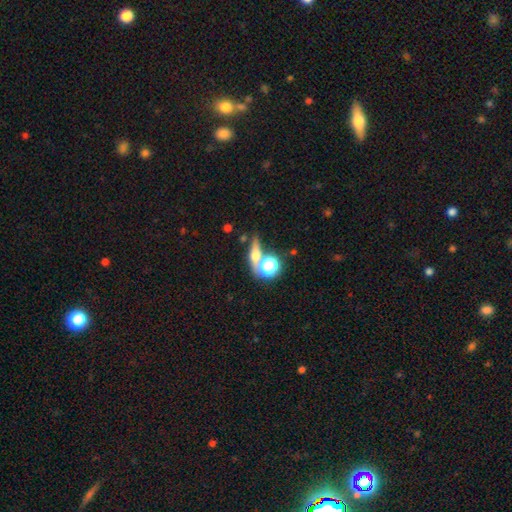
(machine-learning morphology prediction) smooth 47%, featured or disk 35%, star or artifact 19%. Down the decision tree: merging — none (60%).